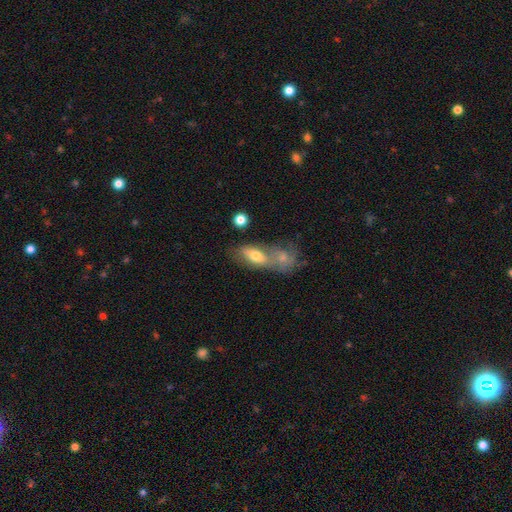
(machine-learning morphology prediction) Q: Smooth or featured?
A: smooth (66%); runner-up: featured or disk (26%)
Q: How rounded?
A: in between (77%); runner-up: cigar-shaped (15%)
Q: Merging?
A: merger (53%); runner-up: none (30%)